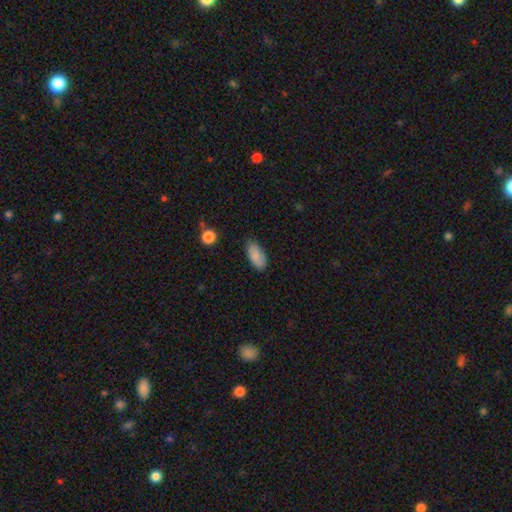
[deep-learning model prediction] Q: Smooth or featured?
A: smooth (85%); runner-up: featured or disk (8%)
Q: How rounded?
A: in between (91%); runner-up: cigar-shaped (6%)
Q: Merging?
A: none (77%); runner-up: minor disturbance (19%)